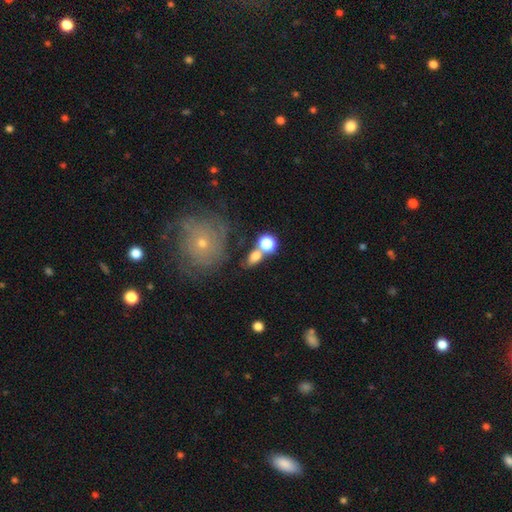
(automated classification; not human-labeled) This appears to be a smooth galaxy with no disk features (68%) that is in between round and cigar-shaped (56%). Merging: none (43%).